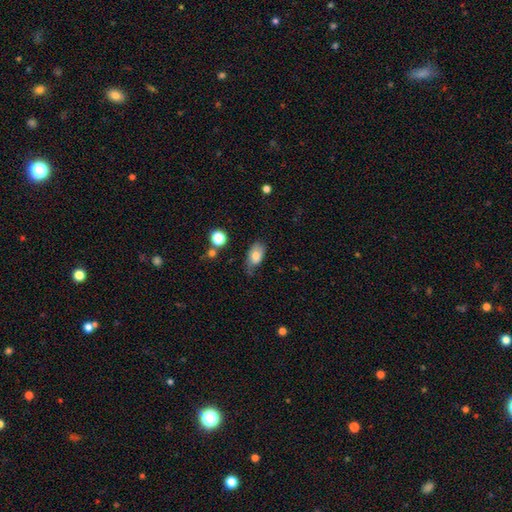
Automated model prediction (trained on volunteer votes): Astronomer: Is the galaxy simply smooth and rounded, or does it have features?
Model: smooth — 76%.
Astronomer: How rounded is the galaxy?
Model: in between — 91%.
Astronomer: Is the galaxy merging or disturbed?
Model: none — 55% (runner-up: minor disturbance, 33%).